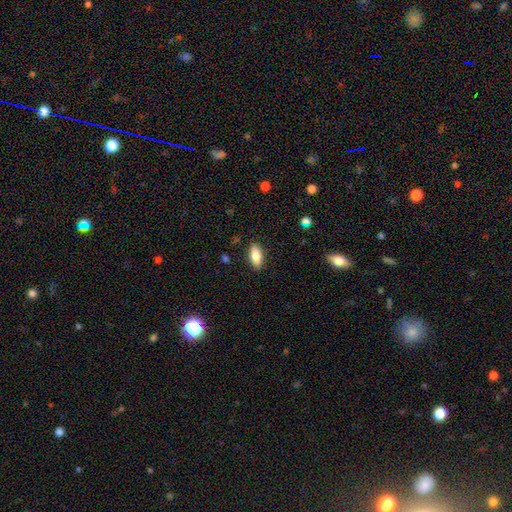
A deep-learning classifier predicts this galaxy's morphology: smooth-or-featured: smooth: 79% | featured or disk: 14% | star or artifact: 7%
  how-rounded: in between: 80% | cigar-shaped: 18% | round: 2%
  merging: none: 88% | minor disturbance: 9% | major disturbance: 2% | merger: 1%